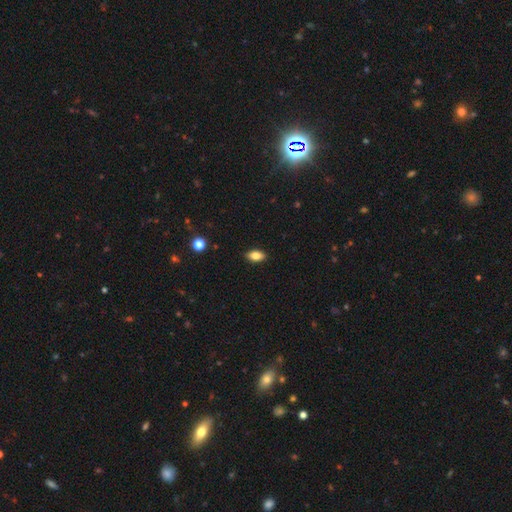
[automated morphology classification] smooth_or_featured: smooth (p=0.82) [alt: featured or disk p=0.09]
how_rounded: in between (p=0.90) [alt: round p=0.06]
merging: none (p=0.89) [alt: minor disturbance p=0.08]